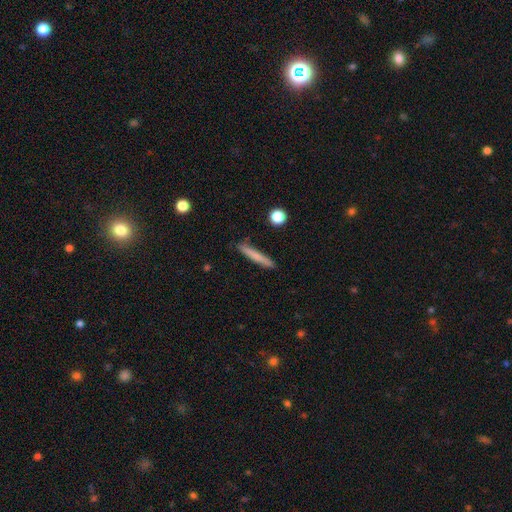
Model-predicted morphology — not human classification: Smooth or featured?
  - smooth: 74% *
  - featured or disk: 19%
  - star or artifact: 7%
How rounded?
  - cigar-shaped: 95% *
  - in between: 4%
  - round: 2%
Merging?
  - none: 89% *
  - minor disturbance: 8%
  - major disturbance: 2%
  - merger: 2%